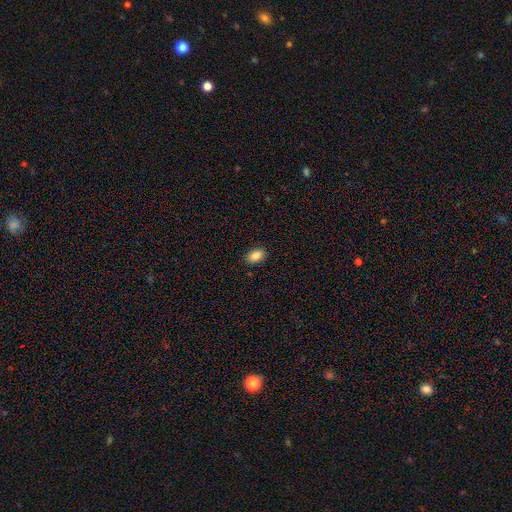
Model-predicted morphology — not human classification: This appears to be a smooth galaxy with no disk features (88%) that is in between round and cigar-shaped (90%). Merging: none (88%).